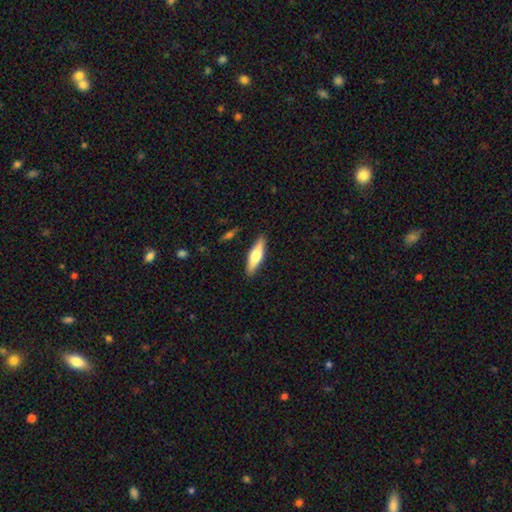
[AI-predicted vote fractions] The model was most divided on "smooth or featured": smooth: 57%, featured or disk: 38%, star or artifact: 6%. More confident: merging — none (89%); how rounded — cigar-shaped (60%).